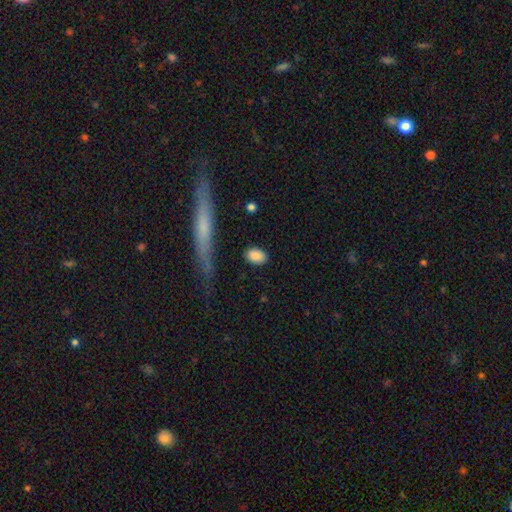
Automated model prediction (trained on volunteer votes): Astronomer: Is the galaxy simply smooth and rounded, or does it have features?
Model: smooth — 87%.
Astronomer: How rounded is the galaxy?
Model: in between — 87%.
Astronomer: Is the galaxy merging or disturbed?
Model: none — 84%.